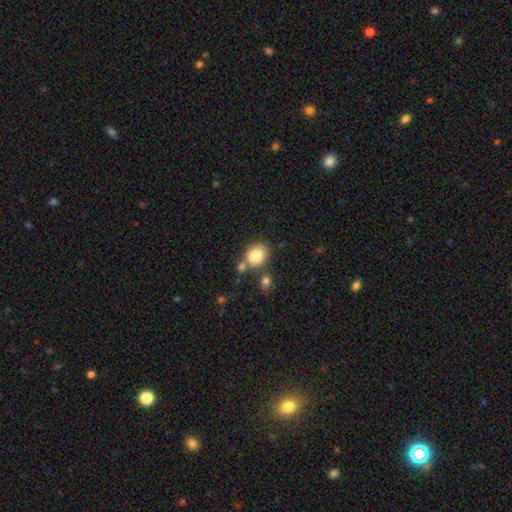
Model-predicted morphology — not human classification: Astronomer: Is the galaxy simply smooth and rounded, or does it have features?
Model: smooth — 84%.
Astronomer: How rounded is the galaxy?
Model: round — 52% (runner-up: in between, 47%).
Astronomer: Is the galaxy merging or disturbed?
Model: none — 59%.